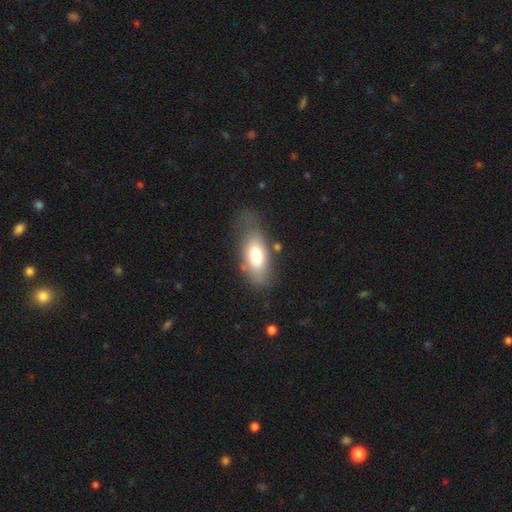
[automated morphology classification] Smooth or featured? Predicted: smooth (p=0.71). How rounded? Predicted: in between (p=0.87). Merging? Predicted: none (p=0.56).